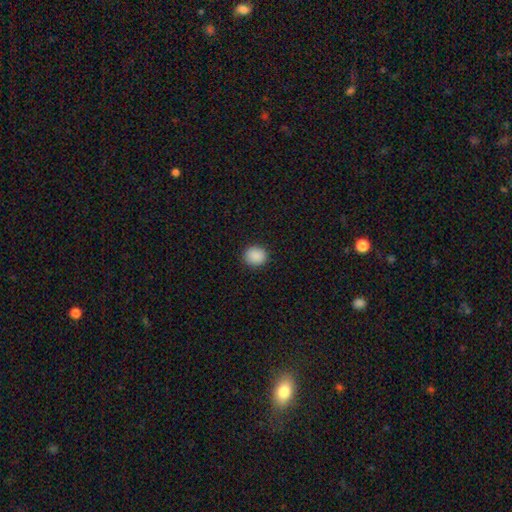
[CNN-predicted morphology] Smooth or featured?
  - smooth: 89% *
  - star or artifact: 8%
  - featured or disk: 2%
How rounded?
  - round: 79% *
  - in between: 20%
  - cigar-shaped: 1%
Merging?
  - none: 91% *
  - minor disturbance: 6%
  - major disturbance: 2%
  - merger: 1%